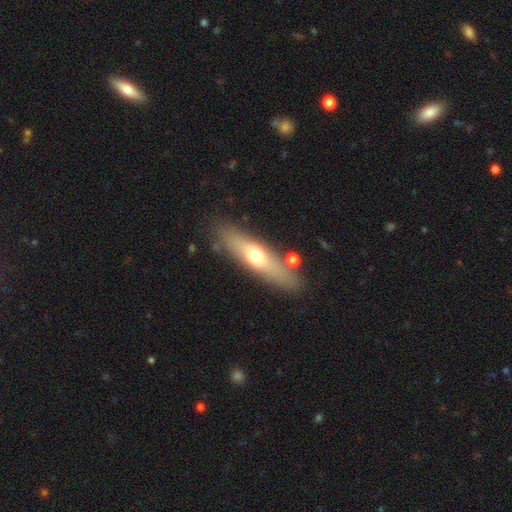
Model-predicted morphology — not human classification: A smooth galaxy with no disk features (53%) that is cigar-shaped (70%).

Vote fractions:
- Smooth or featured? smooth: 53% / featured or disk: 40% / star or artifact: 6%
- How rounded? cigar-shaped: 70% / in between: 28% / round: 2%
- Merging? none: 82% / minor disturbance: 11% / merger: 5% / major disturbance: 3%